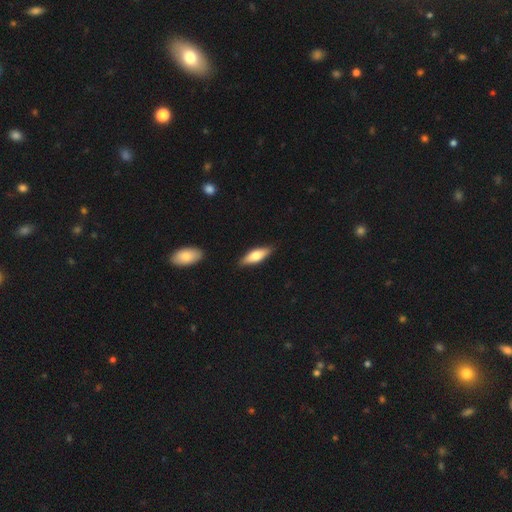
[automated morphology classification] This is likely a smooth galaxy (63%). How rounded: possibly in between (56%). Merging: clearly none (86%).